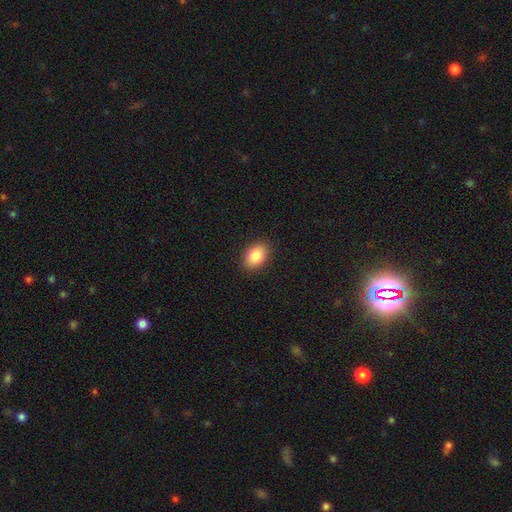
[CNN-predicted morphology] type=smooth (85%); roundness=in between (82%); merging=none (90%).